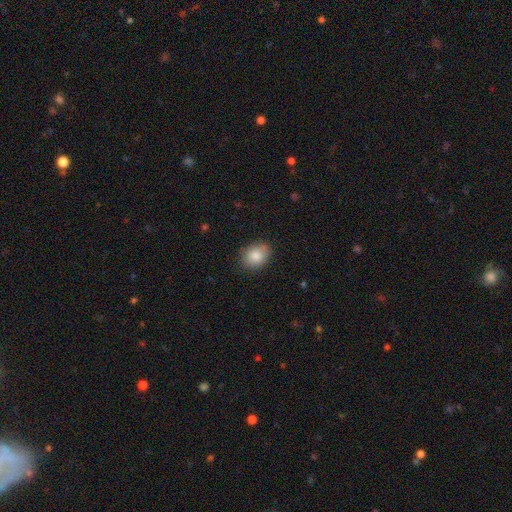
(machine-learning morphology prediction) Overall: smooth (85%). How rounded: in between (65%; round 34%). Merging: none (82%).